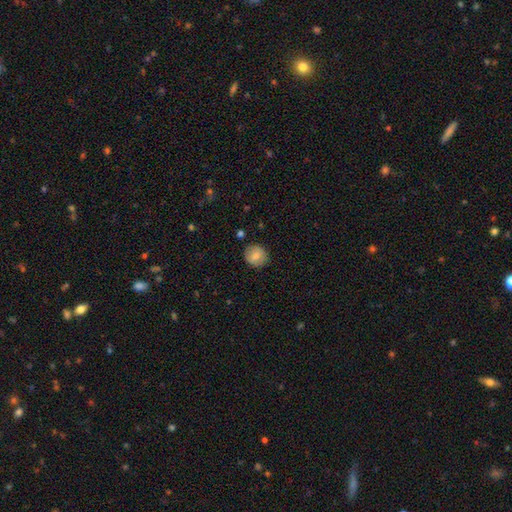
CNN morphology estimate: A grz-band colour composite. It shows a smooth galaxy with no disk features (74%) that is round (83%). Merging: none (87%).